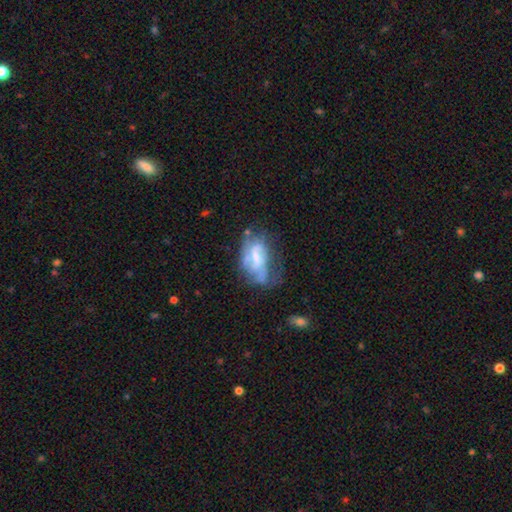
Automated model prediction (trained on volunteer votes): smooth-or-featured: featured or disk: 64% | smooth: 28% | star or artifact: 8%
  disk-edge-on: no: 95% | yes: 5%
    bar: weak: 45% | no: 41% | strong: 15%
    has-spiral-arms: yes: 60% | no: 40%
    bulge-size: small: 44% | moderate: 37% | none: 13% | large: 5% | dominant: 1%
  merging: major disturbance: 34% | none: 32% | minor disturbance: 28% | merger: 6%